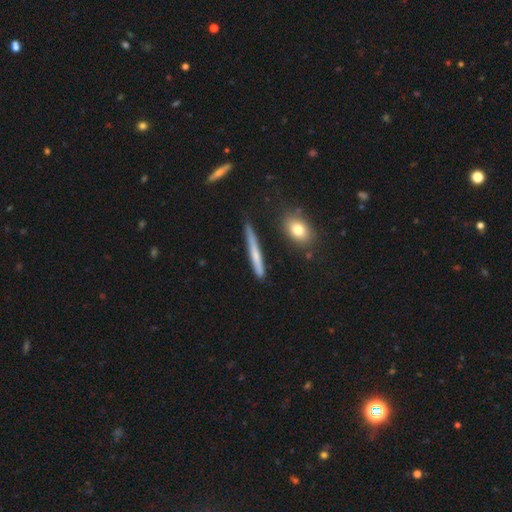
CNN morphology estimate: Overall: smooth (54%; featured or disk 38%). How rounded: cigar-shaped (94%). Merging: none (80%).